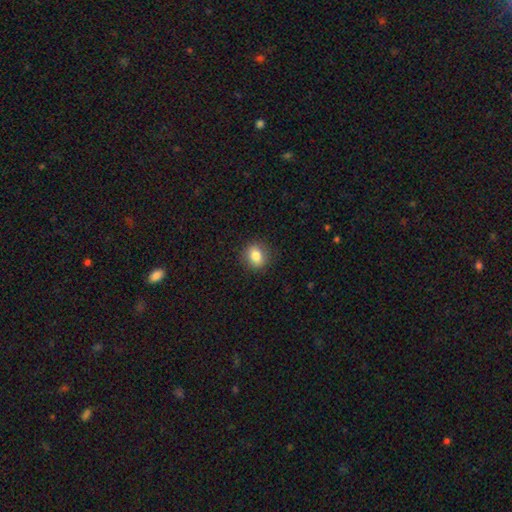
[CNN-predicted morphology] Smooth or featured? Predicted: smooth (p=0.82). How rounded? Predicted: round (p=0.58). Merging? Predicted: none (p=0.88).